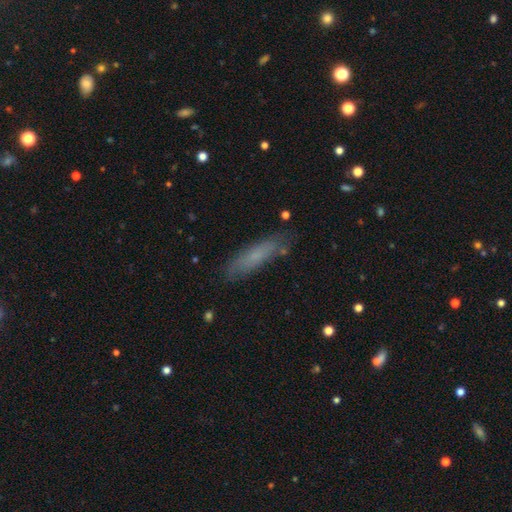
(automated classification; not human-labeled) Smooth or featured?
  - smooth: 68% *
  - featured or disk: 23%
  - star or artifact: 9%
How rounded?
  - cigar-shaped: 72% *
  - in between: 26%
  - round: 2%
Merging?
  - none: 80% *
  - minor disturbance: 15%
  - major disturbance: 4%
  - merger: 2%